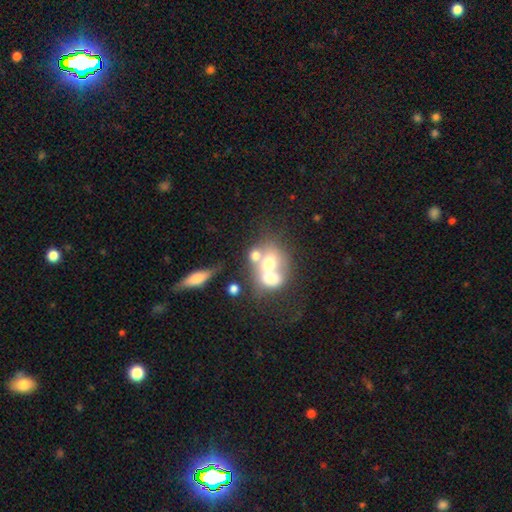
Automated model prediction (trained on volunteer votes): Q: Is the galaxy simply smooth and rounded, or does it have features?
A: smooth — 57%.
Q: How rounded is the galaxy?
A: round — 51%.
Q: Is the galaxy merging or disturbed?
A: merger — 65%.